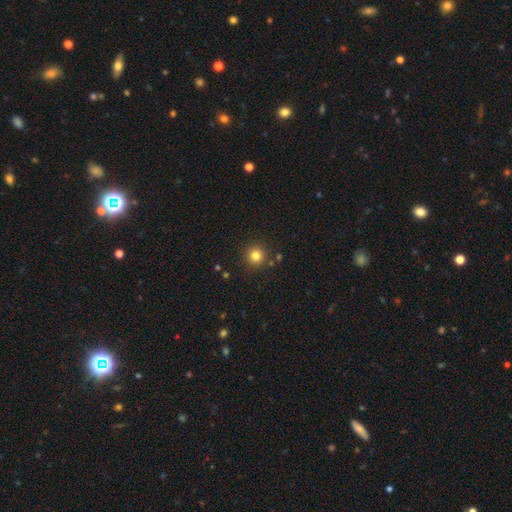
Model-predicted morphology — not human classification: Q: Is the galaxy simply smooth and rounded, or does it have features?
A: smooth — 80%.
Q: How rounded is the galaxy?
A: round — 95%.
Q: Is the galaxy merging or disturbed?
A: none — 87%.